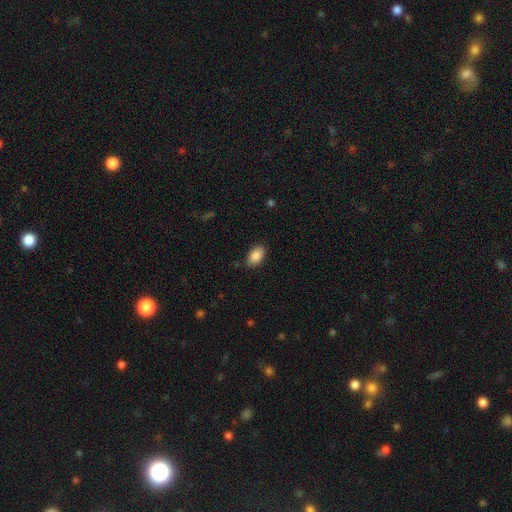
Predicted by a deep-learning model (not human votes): This appears to be a smooth galaxy with no disk features (88%) that is in between round and cigar-shaped (92%). Merging: none (88%).